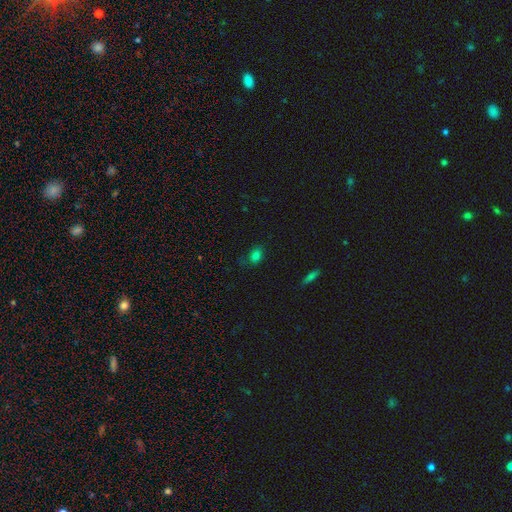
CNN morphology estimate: smooth_or_featured: smooth (p=0.75) [alt: star or artifact p=0.18]
how_rounded: in between (p=0.73) [alt: round p=0.25]
merging: none (p=0.68) [alt: minor disturbance p=0.22]